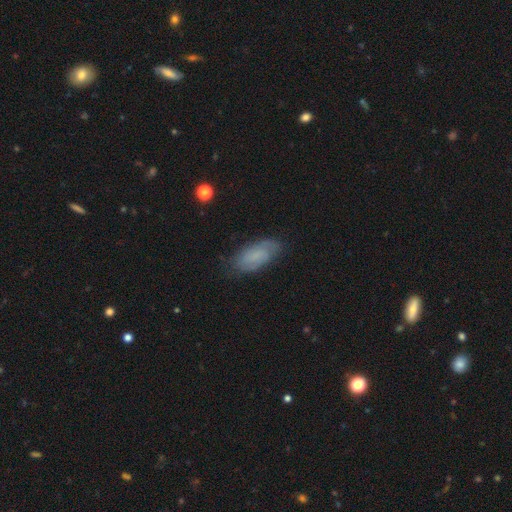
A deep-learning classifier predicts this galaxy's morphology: This is possibly a smooth galaxy (55%). How rounded: clearly in between (87%). Merging: likely none (74%).